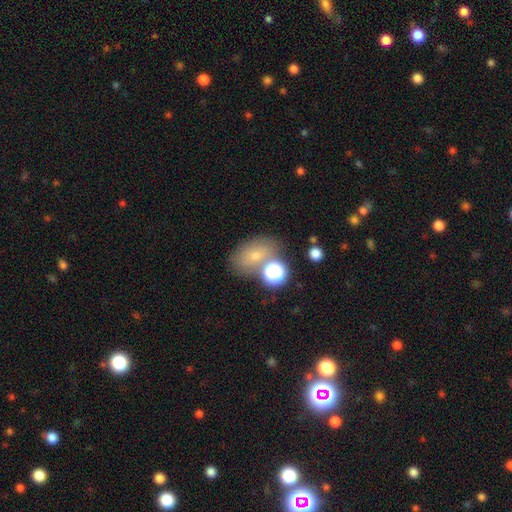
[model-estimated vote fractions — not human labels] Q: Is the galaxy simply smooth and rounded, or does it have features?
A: smooth — 65%.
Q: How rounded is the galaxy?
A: in between — 74%.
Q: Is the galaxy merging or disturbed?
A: none — 58%.